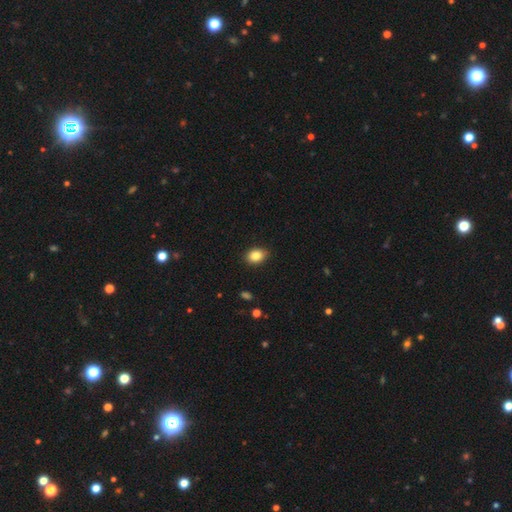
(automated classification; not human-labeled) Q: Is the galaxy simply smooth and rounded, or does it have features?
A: smooth — 85%.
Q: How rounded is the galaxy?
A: in between — 73%.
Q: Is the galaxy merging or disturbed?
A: none — 87%.